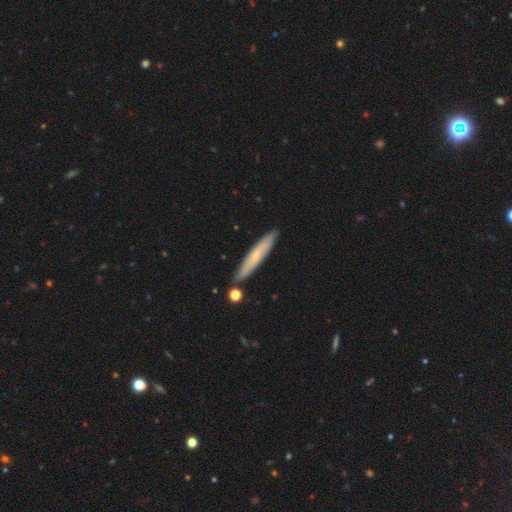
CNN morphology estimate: A smooth galaxy with no disk features (54%) that is cigar-shaped (92%).

Vote fractions:
- Smooth or featured? smooth: 54% / featured or disk: 40% / star or artifact: 6%
- How rounded? cigar-shaped: 92% / in between: 6% / round: 1%
- Merging? none: 84% / minor disturbance: 11% / merger: 3% / major disturbance: 2%